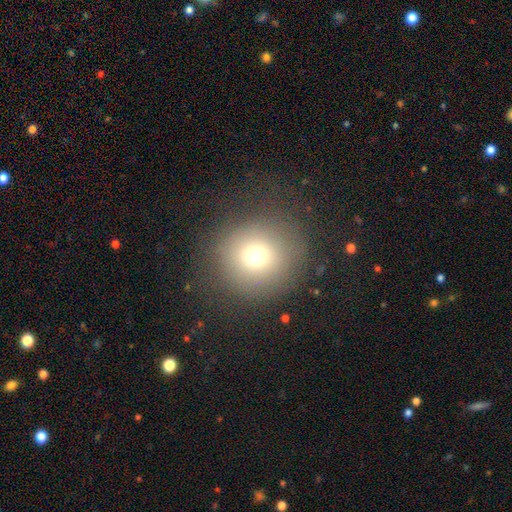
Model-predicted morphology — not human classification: Smooth or featured?
  - smooth: 71% *
  - star or artifact: 17%
  - featured or disk: 12%
How rounded?
  - round: 92% *
  - in between: 7%
  - cigar-shaped: 1%
Merging?
  - none: 80% *
  - minor disturbance: 11%
  - major disturbance: 8%
  - merger: 1%